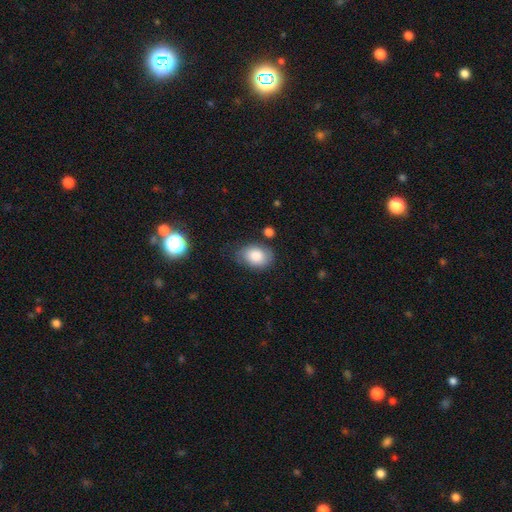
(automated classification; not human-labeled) Smooth or featured?
  - smooth: 82% *
  - featured or disk: 11%
  - star or artifact: 7%
How rounded?
  - in between: 77% *
  - round: 21%
  - cigar-shaped: 1%
Merging?
  - none: 65% *
  - minor disturbance: 24%
  - major disturbance: 7%
  - merger: 3%